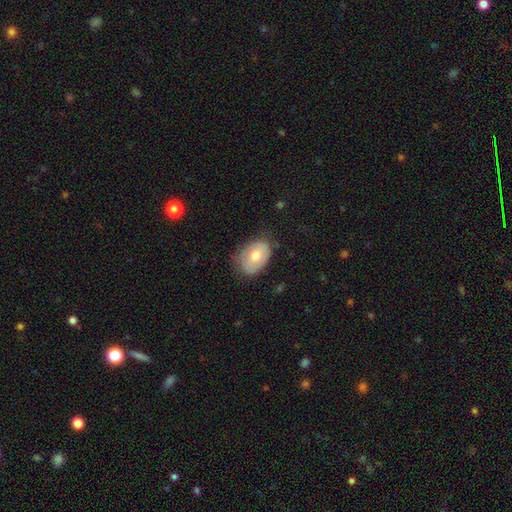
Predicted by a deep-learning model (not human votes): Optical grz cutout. It shows a smooth galaxy with no disk features (64%) that is in between round and cigar-shaped (83%). Merging: none (66%).